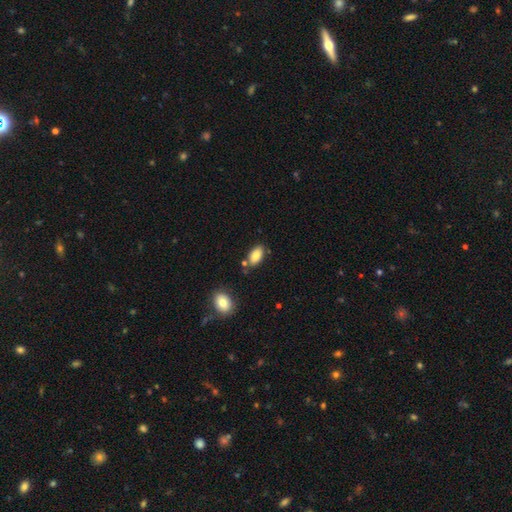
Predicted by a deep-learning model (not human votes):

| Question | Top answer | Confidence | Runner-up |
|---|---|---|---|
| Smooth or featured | smooth | 85% | featured or disk (7%) |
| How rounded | in between | 93% | round (4%) |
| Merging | none | 75% | minor disturbance (14%) |